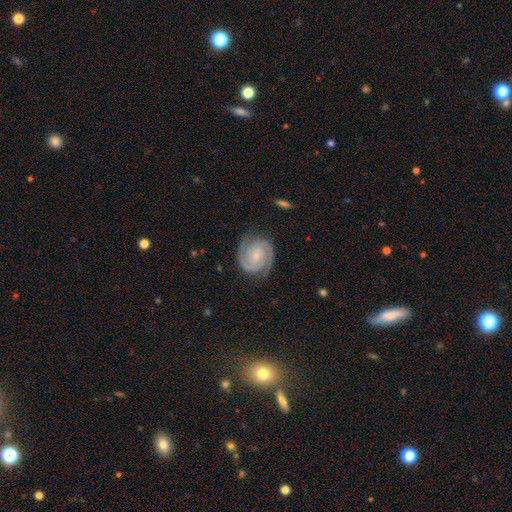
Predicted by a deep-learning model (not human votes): Smooth or featured?
  - featured or disk: 88% *
  - smooth: 7%
  - star or artifact: 5%
Edge-on disk?
  - no: 98% *
  - yes: 2%
Bar?
  - no: 62% *
  - weak: 30%
  - strong: 8%
Spiral arms?
  - yes: 98% *
  - no: 2%
Spiral winding?
  - tight: 64% *
  - medium: 32%
  - loose: 5%
Spiral arm count?
  - 2: 92% *
  - can't tell: 3%
  - 3: 2%
  - 1: 1%
  - 4: 1%
  - more than 4: 1%
Bulge size?
  - small: 59% *
  - moderate: 27%
  - none: 11%
  - large: 2%
  - dominant: 1%
Merging?
  - none: 82% *
  - minor disturbance: 13%
  - major disturbance: 4%
  - merger: 1%